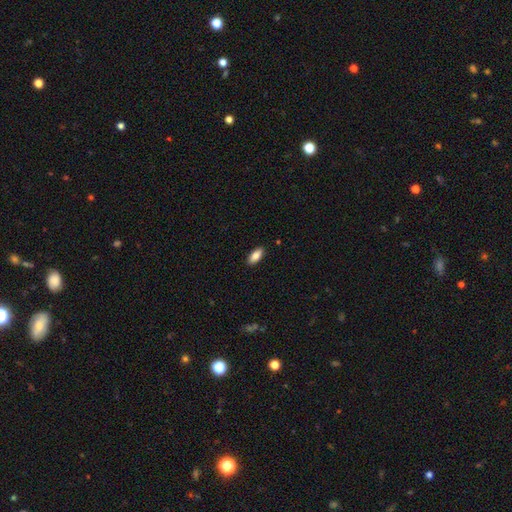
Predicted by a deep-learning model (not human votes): Smooth or featured?
  - smooth: 82% *
  - featured or disk: 11%
  - star or artifact: 7%
How rounded?
  - in between: 84% *
  - cigar-shaped: 14%
  - round: 2%
Merging?
  - none: 90% *
  - minor disturbance: 8%
  - major disturbance: 2%
  - merger: 1%